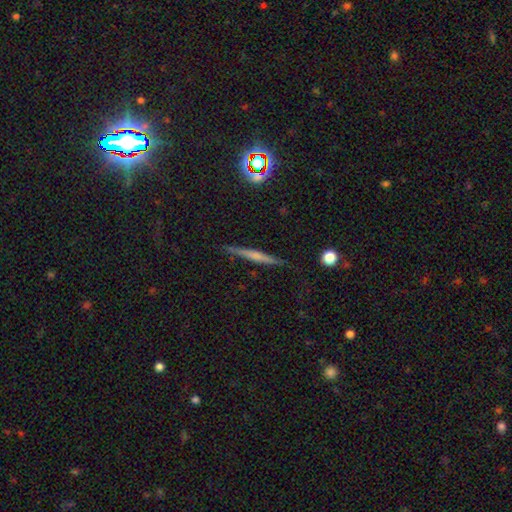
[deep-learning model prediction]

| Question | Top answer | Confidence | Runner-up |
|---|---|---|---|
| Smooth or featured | featured or disk | 53% | smooth (37%) |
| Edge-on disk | yes | 97% | no (3%) |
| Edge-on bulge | none | 44% | rounded (39%) |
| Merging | none | 88% | minor disturbance (9%) |